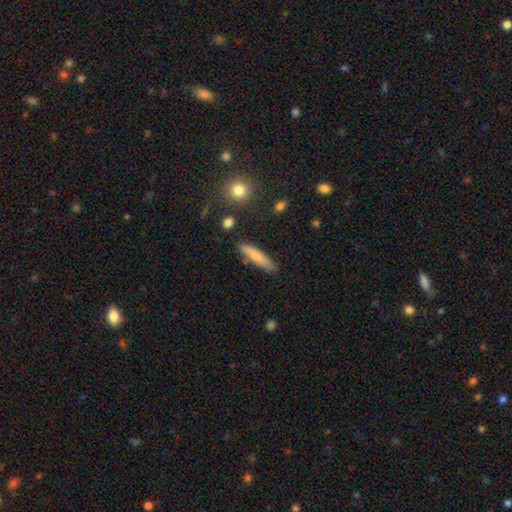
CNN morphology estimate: The model was most divided on "smooth or featured": smooth: 75%, featured or disk: 18%, star or artifact: 7%. More confident: how rounded — cigar-shaped (85%); merging — none (83%).